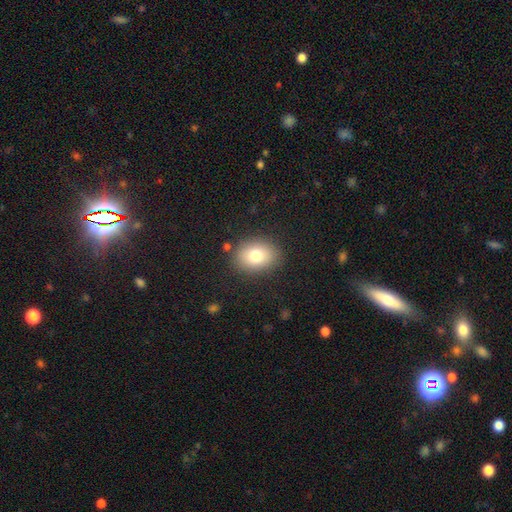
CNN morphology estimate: Smooth or featured? smooth (79%)
How rounded? in between (62%)
Merging? none (85%)